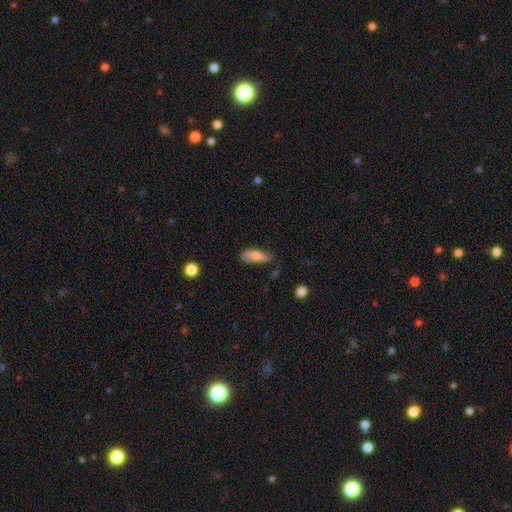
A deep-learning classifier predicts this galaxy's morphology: The model was most divided on "smooth or featured": smooth: 61%, featured or disk: 32%, star or artifact: 7%. More confident: how rounded — in between (63%); merging — none (60%).